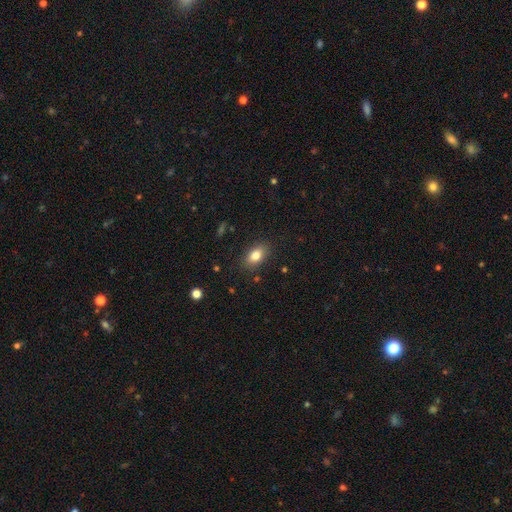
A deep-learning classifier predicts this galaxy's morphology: type=smooth (81%); roundness=in between (86%); merging=none (85%).